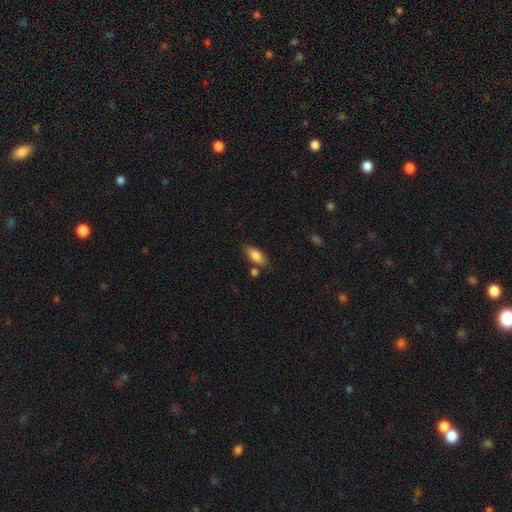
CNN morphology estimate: smooth-or-featured: smooth: 81% | featured or disk: 12% | star or artifact: 7%
  how-rounded: in between: 82% | cigar-shaped: 15% | round: 3%
  merging: none: 73% | minor disturbance: 15% | merger: 8% | major disturbance: 4%